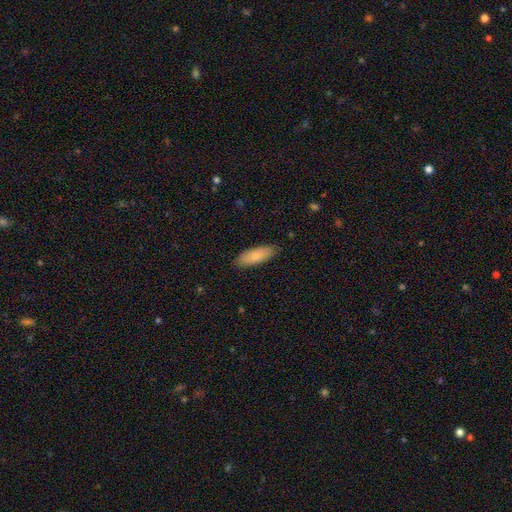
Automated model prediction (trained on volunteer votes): Smooth or featured? Predicted: smooth (p=0.77). How rounded? Predicted: in between (p=0.70). Merging? Predicted: none (p=0.85).